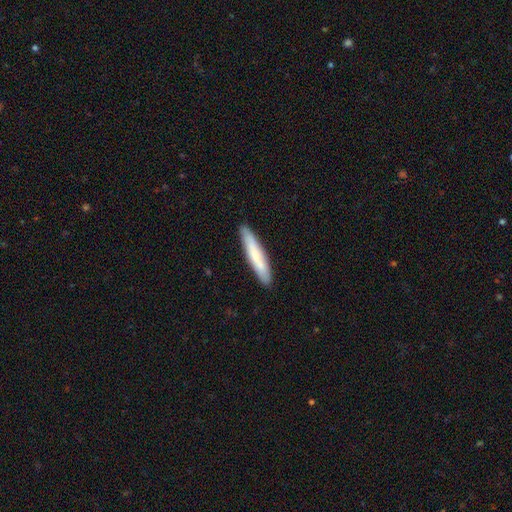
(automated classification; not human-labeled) A smooth galaxy with no disk features (72%) that is cigar-shaped (91%). Merging: none (89%).